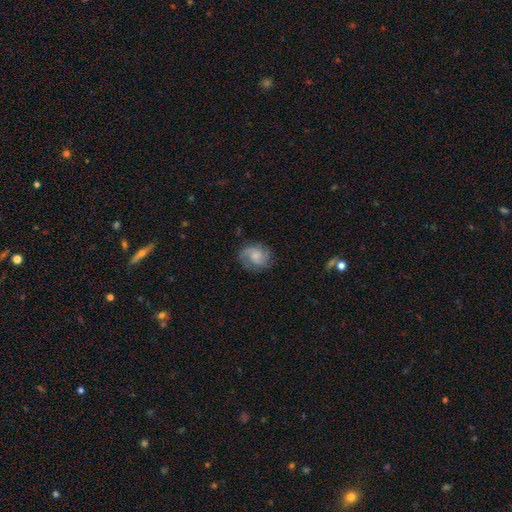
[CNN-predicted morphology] type=featured or disk (47%); merging=none (70%).